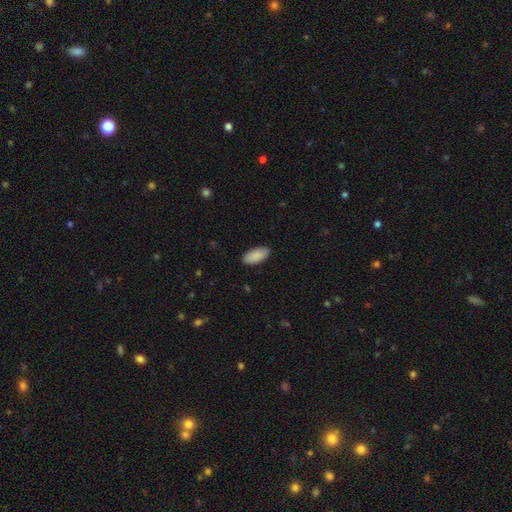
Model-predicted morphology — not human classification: Smooth or featured? Predicted: smooth (p=0.90). How rounded? Predicted: in between (p=0.92). Merging? Predicted: none (p=0.88).